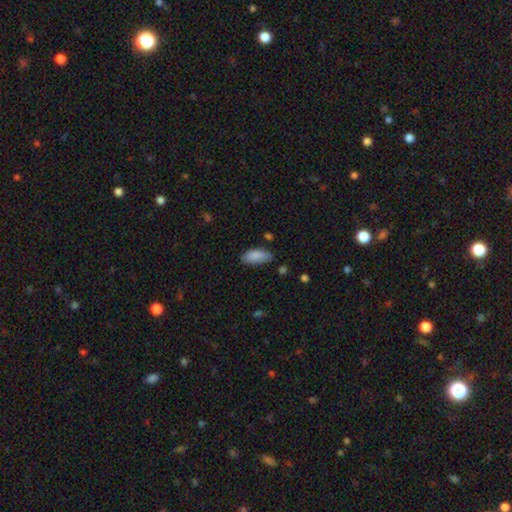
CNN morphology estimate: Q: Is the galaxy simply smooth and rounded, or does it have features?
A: smooth — 88%.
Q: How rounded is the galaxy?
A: in between — 87%.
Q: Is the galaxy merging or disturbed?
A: none — 74%.